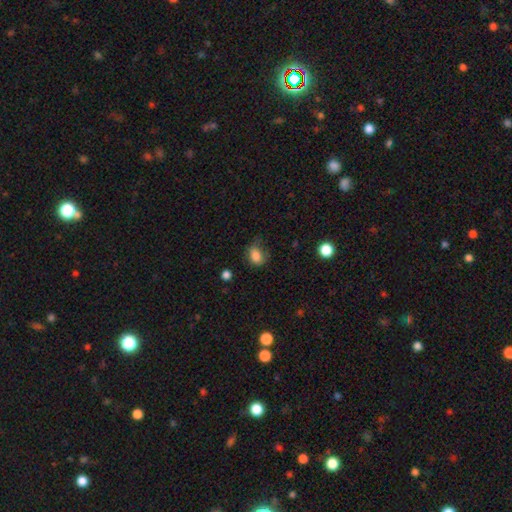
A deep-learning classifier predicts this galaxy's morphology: This is clearly a smooth galaxy (81%). How rounded: likely in between (73%). Merging: possibly none (50%).